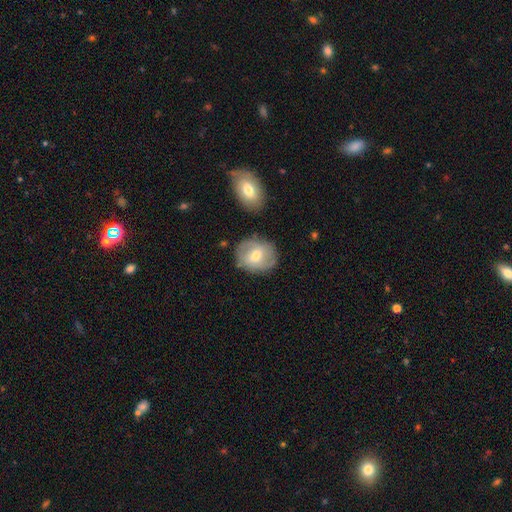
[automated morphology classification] Smooth or featured? smooth (49%)
Merging? none (75%)